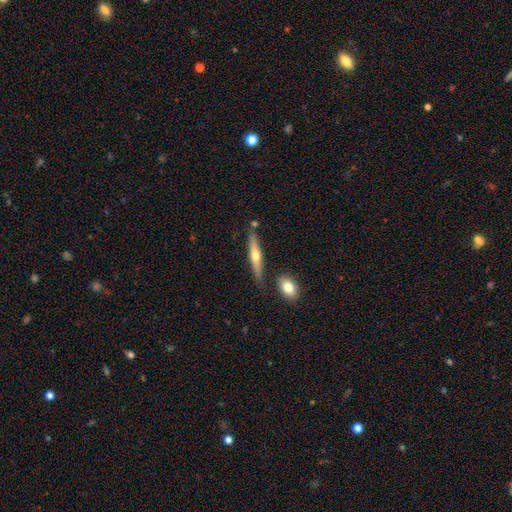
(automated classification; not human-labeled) This is possibly a featured or disk galaxy (51%). It is clearly viewed edge-on (93%). Merging: likely none (79%).